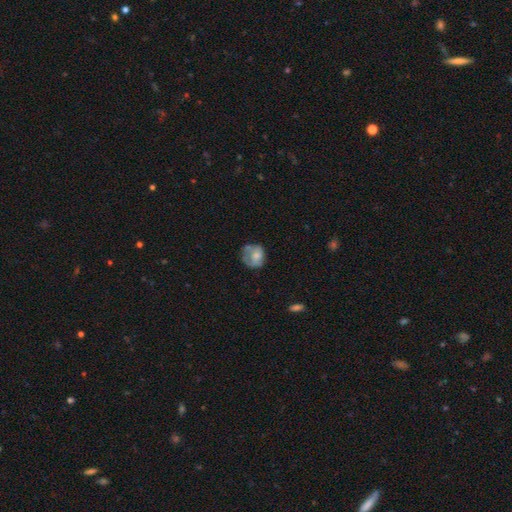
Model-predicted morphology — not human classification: smooth-or-featured: smooth: 60% | featured or disk: 31% | star or artifact: 9%
  how-rounded: round: 68% | in between: 31% | cigar-shaped: 1%
  merging: none: 44% | minor disturbance: 29% | major disturbance: 20% | merger: 7%